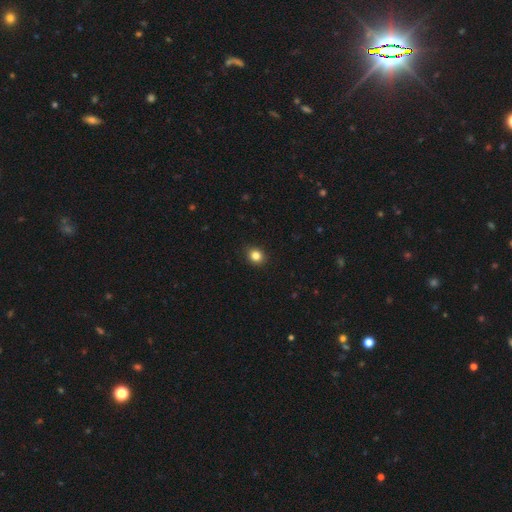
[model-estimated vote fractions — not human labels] Smooth or featured? Predicted: smooth (p=0.84). How rounded? Predicted: round (p=0.72). Merging? Predicted: none (p=0.91).